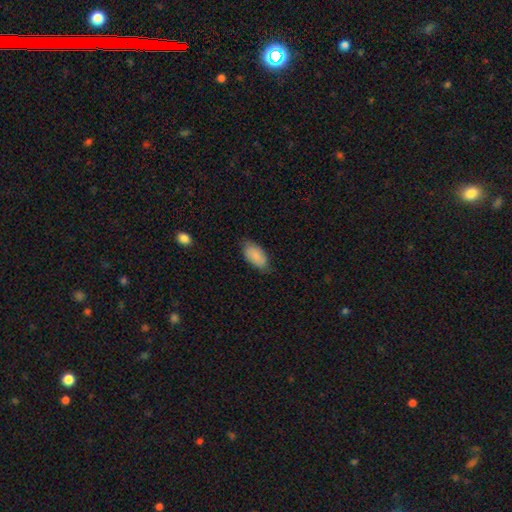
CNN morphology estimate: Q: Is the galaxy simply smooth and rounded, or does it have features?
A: smooth — 85%.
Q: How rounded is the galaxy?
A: in between — 93%.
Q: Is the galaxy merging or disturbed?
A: none — 74%.